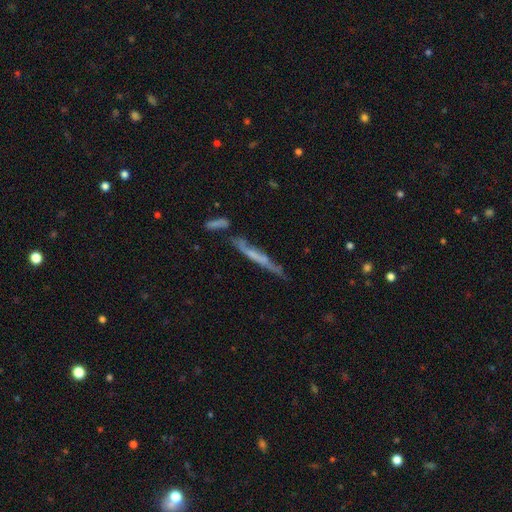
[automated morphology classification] smooth_or_featured: featured or disk (p=0.59) [alt: smooth p=0.33]
disk_edge_on: yes (p=0.84) [alt: no p=0.16]
merging: none (p=0.57) [alt: minor disturbance p=0.21]